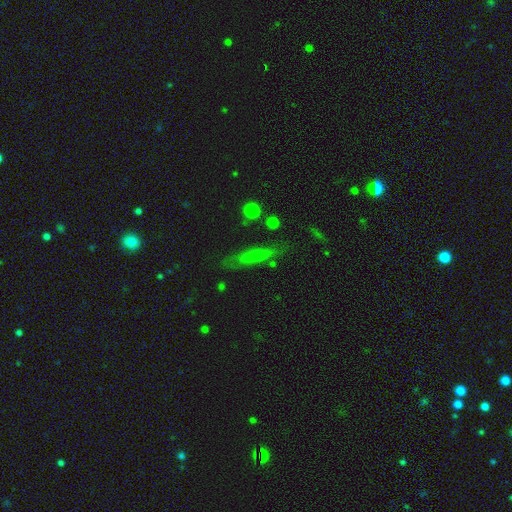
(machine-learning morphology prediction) smooth_or_featured: smooth (p=0.57) [alt: featured or disk p=0.32]
how_rounded: cigar-shaped (p=0.82) [alt: in between p=0.15]
merging: none (p=0.75) [alt: minor disturbance p=0.17]